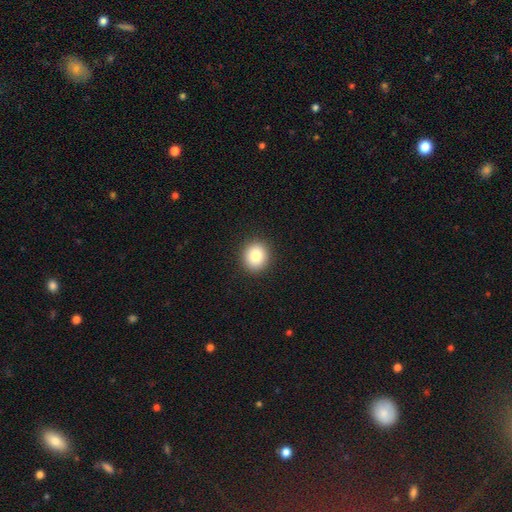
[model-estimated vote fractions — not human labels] Morphology: type=smooth (83%); roundness=round (84%); merging=none (92%).